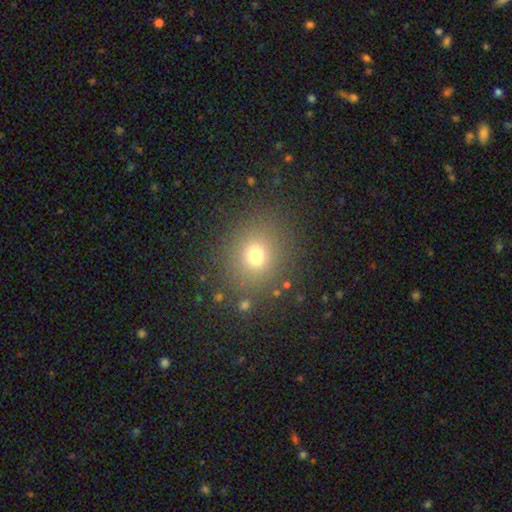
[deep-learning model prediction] Q: Smooth or featured?
A: smooth (71%); runner-up: star or artifact (19%)
Q: How rounded?
A: round (76%); runner-up: in between (23%)
Q: Merging?
A: none (85%); runner-up: minor disturbance (9%)